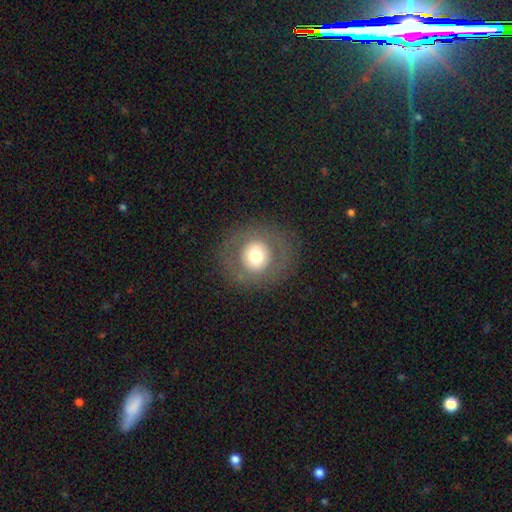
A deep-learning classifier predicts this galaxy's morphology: smooth-or-featured: smooth: 61% | featured or disk: 28% | star or artifact: 11%
  how-rounded: round: 91% | in between: 8% | cigar-shaped: 1%
  merging: none: 85% | minor disturbance: 8% | major disturbance: 7% | merger: 1%